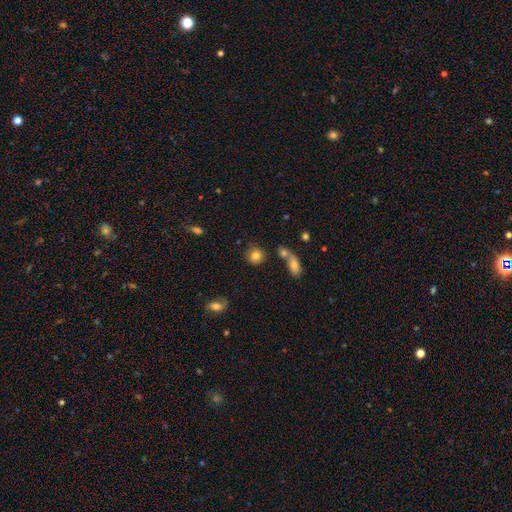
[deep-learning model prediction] smooth_or_featured: smooth (p=0.80) [alt: star or artifact p=0.11]
how_rounded: round (p=0.86) [alt: in between p=0.13]
merging: none (p=0.71) [alt: merger p=0.15]